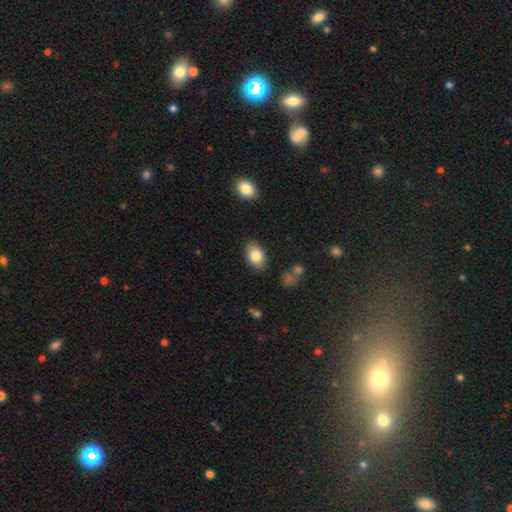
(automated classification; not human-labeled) A smooth galaxy with no disk features (83%) that is in between round and cigar-shaped (88%).

Vote fractions:
- Smooth or featured? smooth: 83% / featured or disk: 9% / star or artifact: 8%
- How rounded? in between: 88% / round: 11% / cigar-shaped: 1%
- Merging? none: 85% / minor disturbance: 11% / major disturbance: 3% / merger: 2%